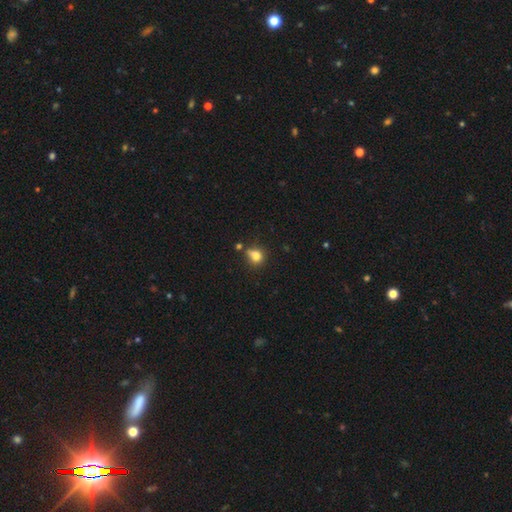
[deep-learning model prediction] Smooth or featured? Predicted: smooth (p=0.78). How rounded? Predicted: round (p=0.64). Merging? Predicted: none (p=0.48).